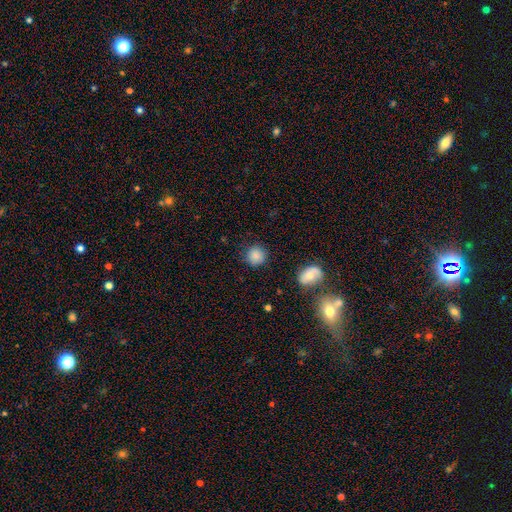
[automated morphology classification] type=smooth (86%); roundness=round (90%); merging=none (86%).